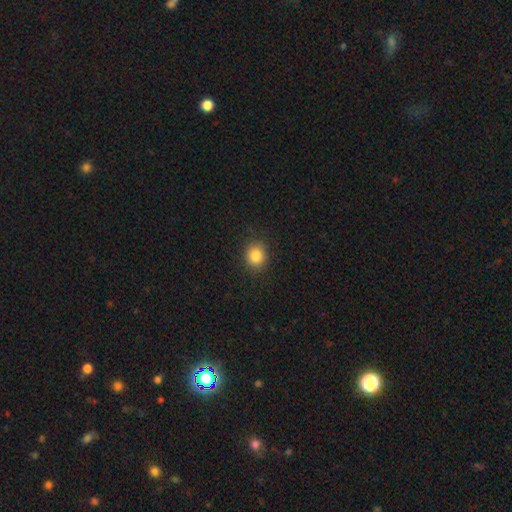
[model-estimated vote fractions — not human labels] Overall: smooth (84%). How rounded: round (81%). Merging: none (89%).